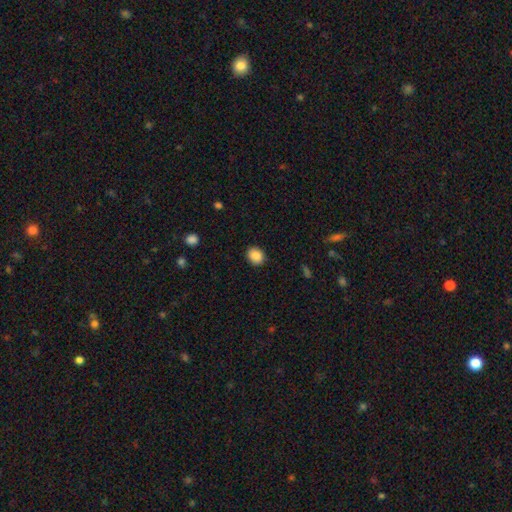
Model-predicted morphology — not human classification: This appears to be a smooth galaxy with no disk features (88%) that is round (59%). Merging: none (89%).